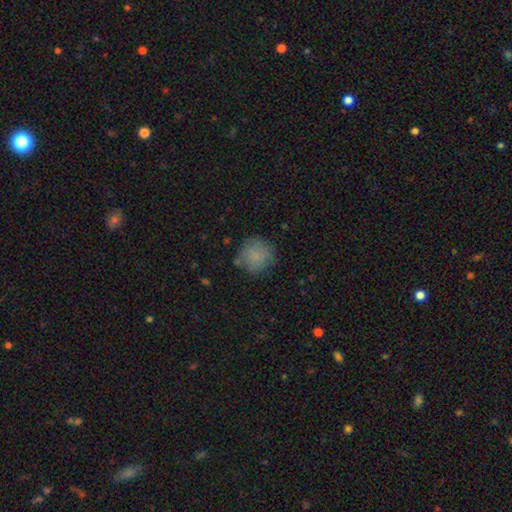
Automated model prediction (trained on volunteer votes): Q: Smooth or featured?
A: smooth (80%); runner-up: featured or disk (11%)
Q: How rounded?
A: round (92%); runner-up: in between (7%)
Q: Merging?
A: none (75%); runner-up: minor disturbance (18%)